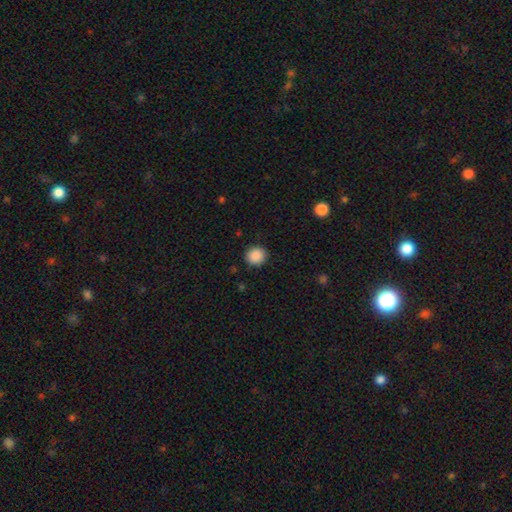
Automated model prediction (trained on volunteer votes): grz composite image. It shows a smooth galaxy with no disk features (89%) that is round (89%). Merging: none (89%).